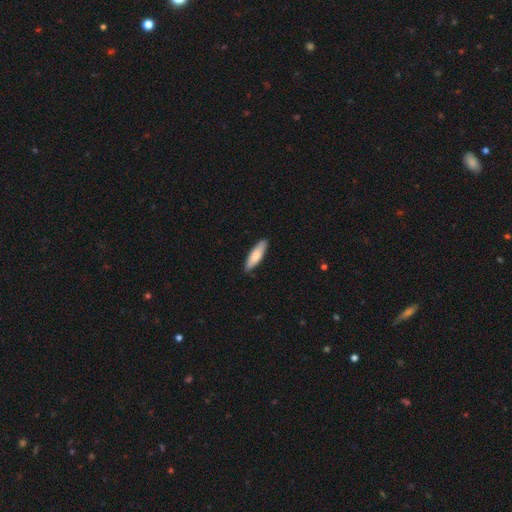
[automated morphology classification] Smooth or featured?
  - smooth: 76% *
  - featured or disk: 19%
  - star or artifact: 5%
How rounded?
  - cigar-shaped: 60% *
  - in between: 38%
  - round: 2%
Merging?
  - none: 88% *
  - minor disturbance: 9%
  - major disturbance: 2%
  - merger: 1%